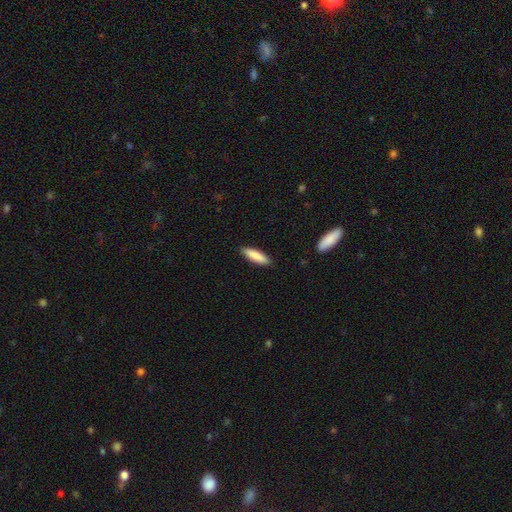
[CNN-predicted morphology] This is clearly a smooth galaxy (85%). How rounded: likely cigar-shaped (65%). Merging: clearly none (89%).